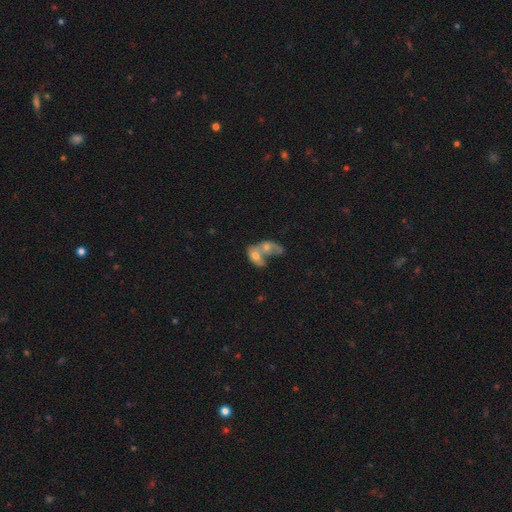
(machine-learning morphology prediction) smooth_or_featured: smooth (p=0.57) [alt: featured or disk p=0.34]
how_rounded: in between (p=0.79) [alt: round p=0.17]
merging: merger (p=0.78) [alt: none p=0.10]